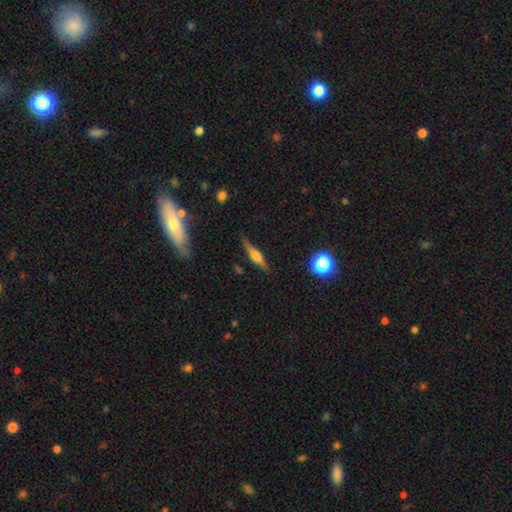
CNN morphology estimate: This appears to be a featured or disk galaxy (61%) viewed edge-on (95%) with a rounded central bulge (80%). Merging: none (83%).